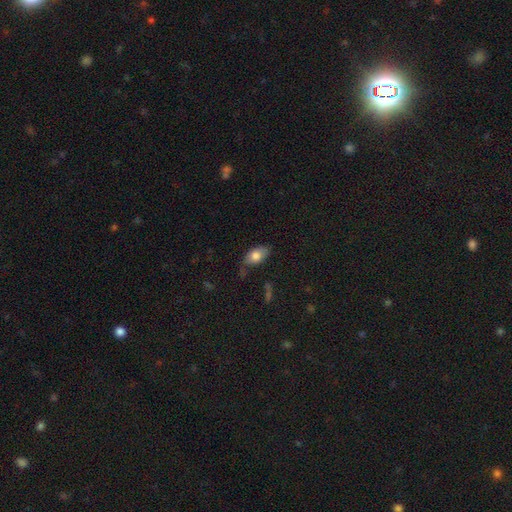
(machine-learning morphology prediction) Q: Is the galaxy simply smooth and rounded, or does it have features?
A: smooth — 78%.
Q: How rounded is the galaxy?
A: in between — 91%.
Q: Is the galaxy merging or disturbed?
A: none — 67%.